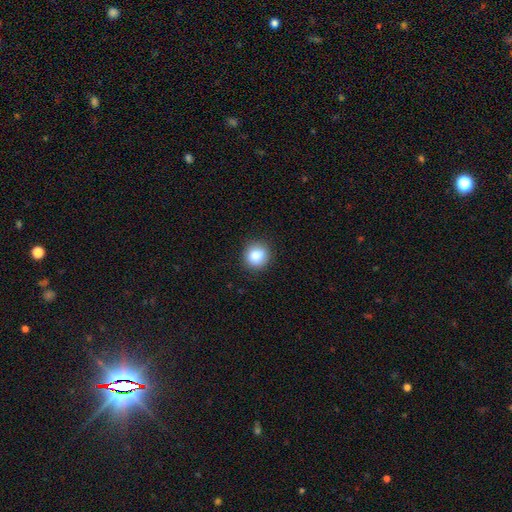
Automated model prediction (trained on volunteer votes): smooth 84%, star or artifact 10%, featured or disk 6%. Down the decision tree: how rounded — round (88%); merging — none (89%).